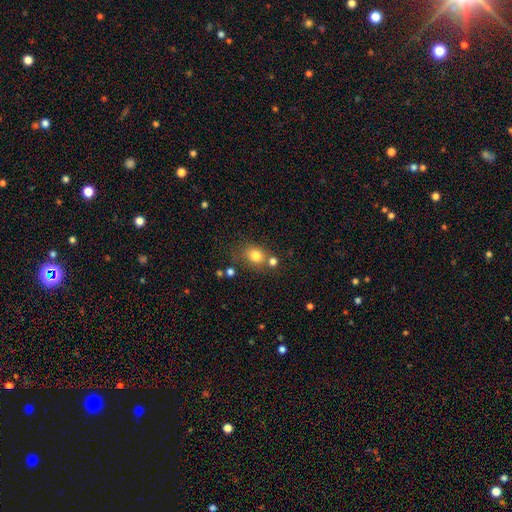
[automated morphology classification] Q: Smooth or featured?
A: smooth (79%); runner-up: star or artifact (12%)
Q: How rounded?
A: round (64%); runner-up: in between (35%)
Q: Merging?
A: none (63%); runner-up: merger (18%)